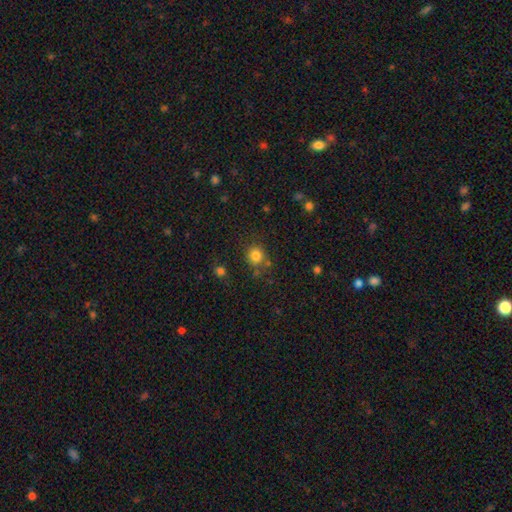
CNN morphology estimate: This appears to be a smooth galaxy with no disk features (82%) that is round (89%). Merging: none (78%).